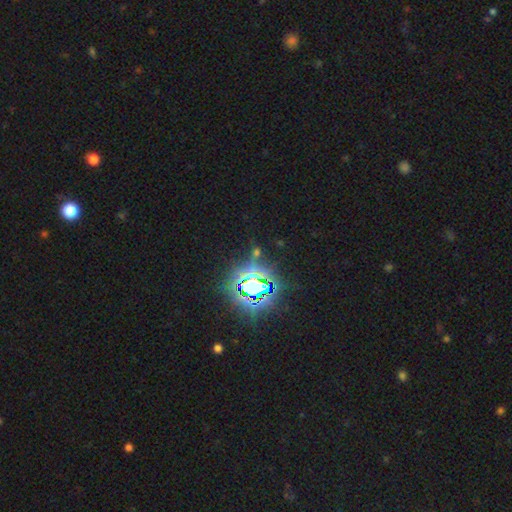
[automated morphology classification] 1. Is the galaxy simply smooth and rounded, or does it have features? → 79% star or artifact, 13% smooth, 8% featured or disk.